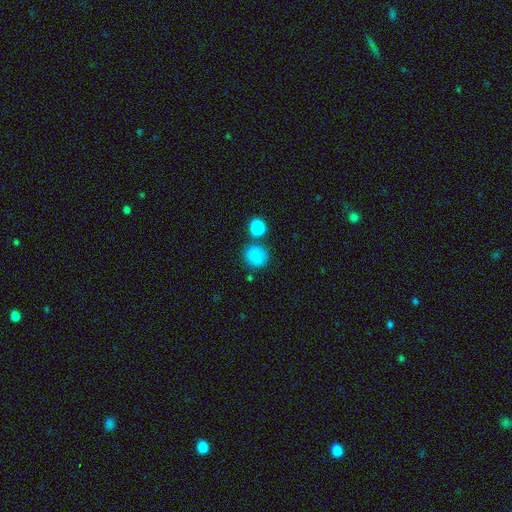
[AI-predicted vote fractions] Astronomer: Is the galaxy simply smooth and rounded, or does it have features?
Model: smooth — 82%.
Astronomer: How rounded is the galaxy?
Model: round — 75%.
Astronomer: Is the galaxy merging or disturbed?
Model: none — 70%.